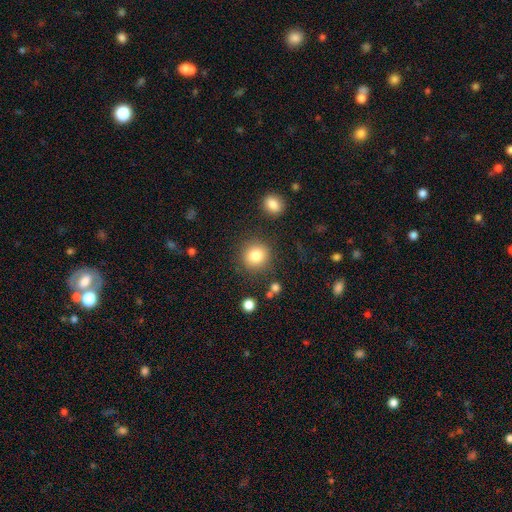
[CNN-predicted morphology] A smooth galaxy with no disk features (84%) that is round (91%).

Vote fractions:
- Smooth or featured? smooth: 84% / star or artifact: 10% / featured or disk: 6%
- How rounded? round: 91% / in between: 8% / cigar-shaped: 1%
- Merging? none: 84% / minor disturbance: 8% / merger: 4% / major disturbance: 4%